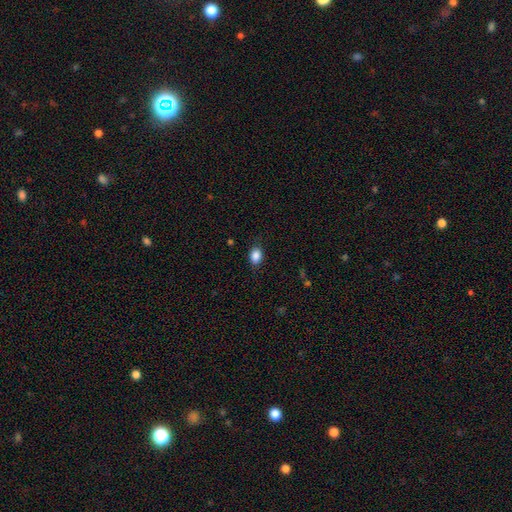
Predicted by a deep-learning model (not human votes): smooth-or-featured: smooth: 87% | star or artifact: 9% | featured or disk: 4%
  how-rounded: in between: 75% | round: 24% | cigar-shaped: 1%
  merging: none: 82% | minor disturbance: 14% | major disturbance: 3% | merger: 1%